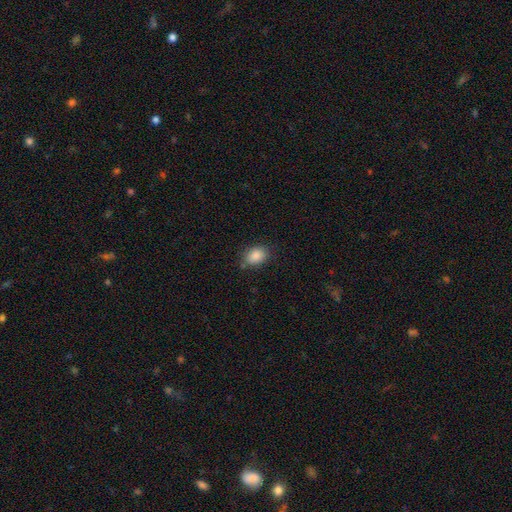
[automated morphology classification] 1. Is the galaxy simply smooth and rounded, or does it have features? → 87% smooth, 8% star or artifact, 5% featured or disk.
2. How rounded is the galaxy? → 76% in between, 23% round, 1% cigar-shaped.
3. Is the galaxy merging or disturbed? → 77% none, 17% minor disturbance, 4% major disturbance, 3% merger.